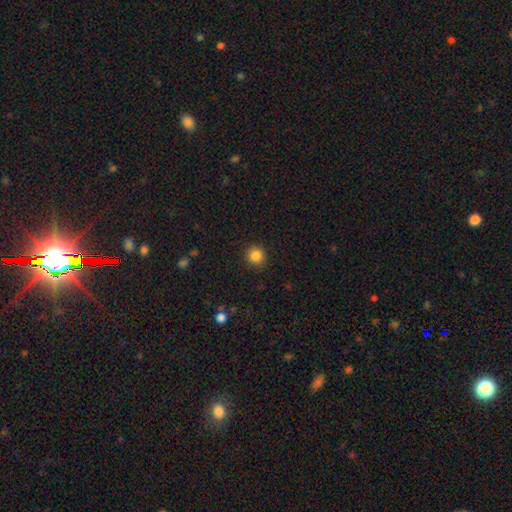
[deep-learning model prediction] smooth_or_featured: smooth (p=0.85) [alt: star or artifact p=0.11]
how_rounded: round (p=0.93) [alt: in between p=0.06]
merging: none (p=0.91) [alt: minor disturbance p=0.06]